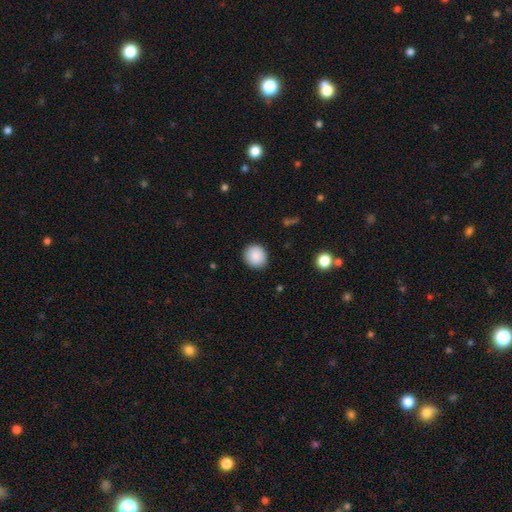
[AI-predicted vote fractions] Smooth or featured? smooth (88%)
How rounded? round (83%)
Merging? none (89%)